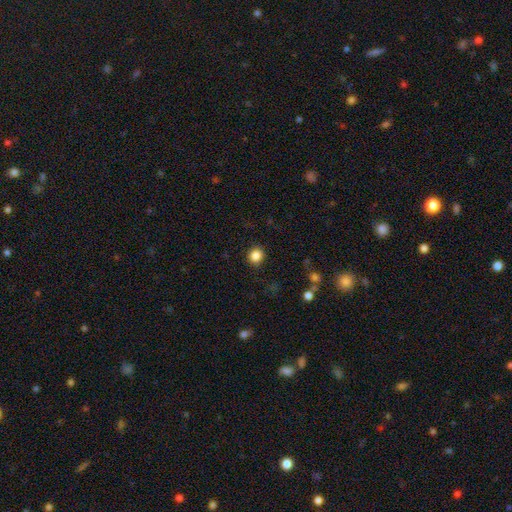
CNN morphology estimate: smooth-or-featured: smooth: 86% | star or artifact: 10% | featured or disk: 4%
  how-rounded: round: 82% | in between: 17% | cigar-shaped: 1%
  merging: none: 89% | minor disturbance: 7% | major disturbance: 2% | merger: 1%